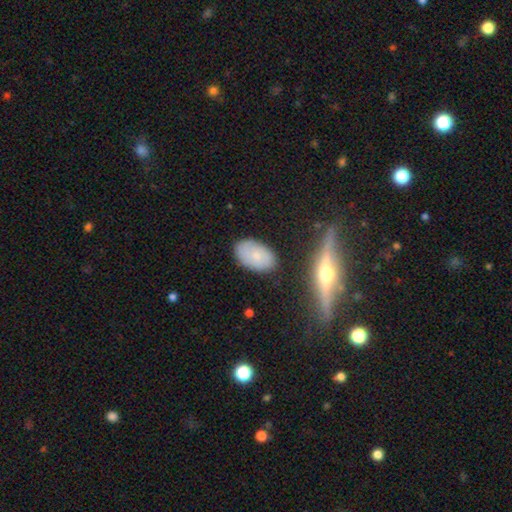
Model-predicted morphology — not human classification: Q: Smooth or featured?
A: smooth (66%); runner-up: featured or disk (26%)
Q: How rounded?
A: in between (93%); runner-up: round (5%)
Q: Merging?
A: none (77%); runner-up: minor disturbance (17%)